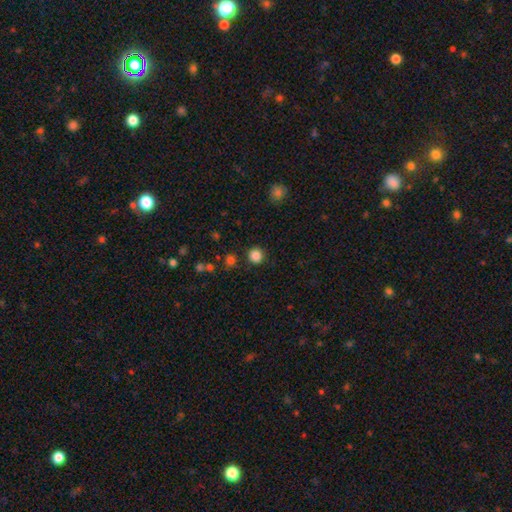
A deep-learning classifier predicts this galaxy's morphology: Q: Smooth or featured?
A: smooth (85%); runner-up: star or artifact (11%)
Q: How rounded?
A: round (92%); runner-up: in between (7%)
Q: Merging?
A: none (89%); runner-up: minor disturbance (6%)